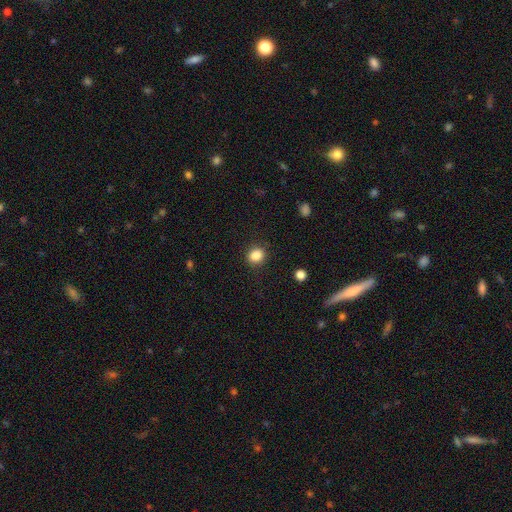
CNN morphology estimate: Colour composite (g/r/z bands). It shows a smooth galaxy with no disk features (86%) that is round (72%). Merging: none (87%).